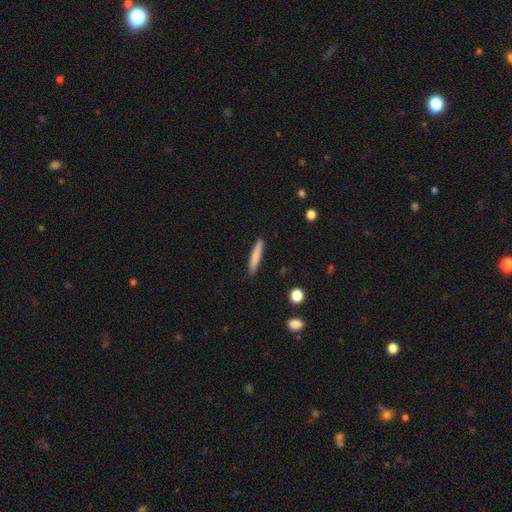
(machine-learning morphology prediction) Smooth or featured? Predicted: smooth (p=0.73). How rounded? Predicted: cigar-shaped (p=0.93). Merging? Predicted: none (p=0.89).